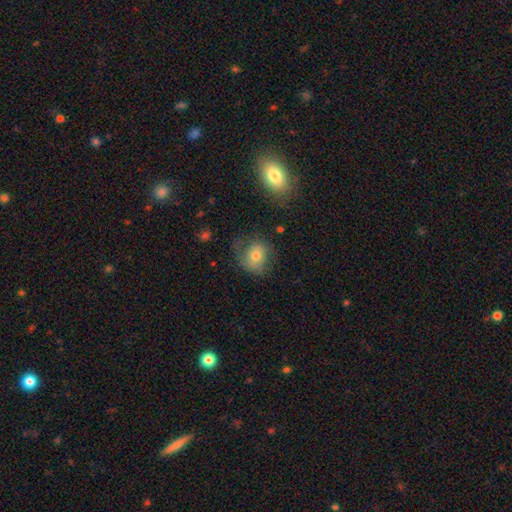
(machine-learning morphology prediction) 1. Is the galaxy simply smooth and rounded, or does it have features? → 63% smooth, 27% featured or disk, 10% star or artifact.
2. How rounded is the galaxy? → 63% round, 36% in between, 1% cigar-shaped.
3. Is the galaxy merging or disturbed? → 50% none, 26% minor disturbance, 21% major disturbance, 2% merger.